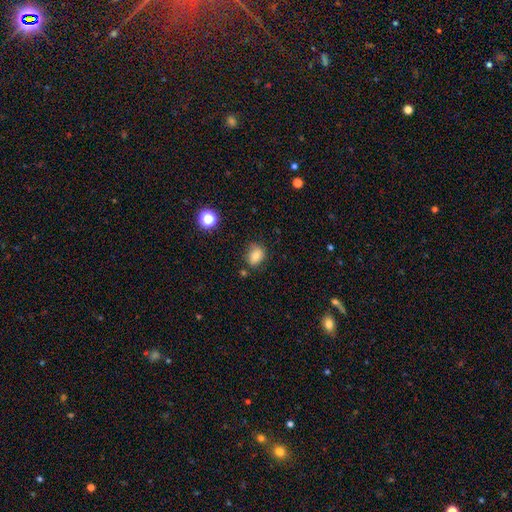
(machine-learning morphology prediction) smooth-or-featured: smooth: 77% | star or artifact: 12% | featured or disk: 10%
  how-rounded: in between: 55% | round: 44% | cigar-shaped: 1%
  merging: none: 72% | minor disturbance: 19% | major disturbance: 4% | merger: 4%